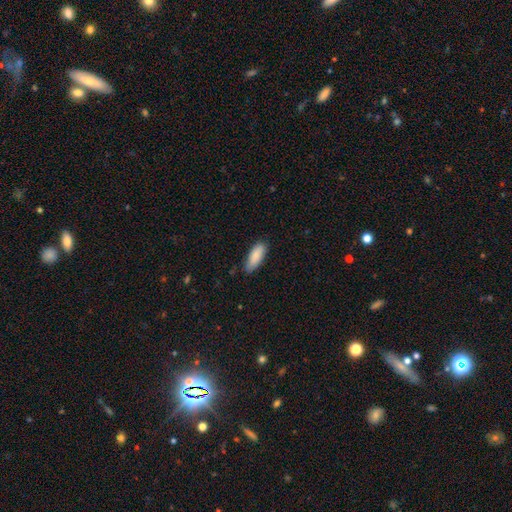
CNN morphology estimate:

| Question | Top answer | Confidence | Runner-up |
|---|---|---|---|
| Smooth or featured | smooth | 87% | featured or disk (7%) |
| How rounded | in between | 75% | cigar-shaped (23%) |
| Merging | none | 76% | minor disturbance (20%) |